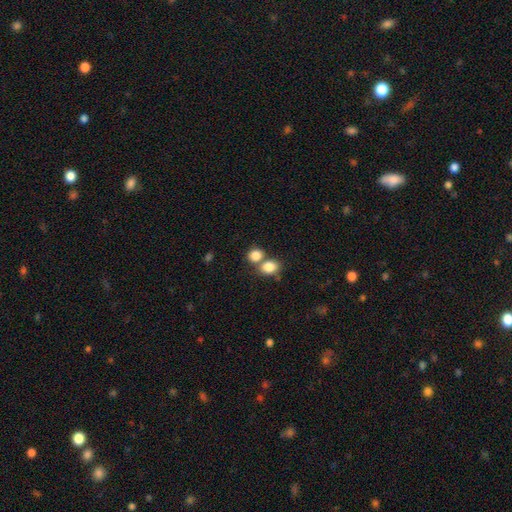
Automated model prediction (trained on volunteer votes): Q: Smooth or featured?
A: smooth (83%); runner-up: star or artifact (10%)
Q: How rounded?
A: round (63%); runner-up: in between (36%)
Q: Merging?
A: merger (45%); runner-up: none (44%)